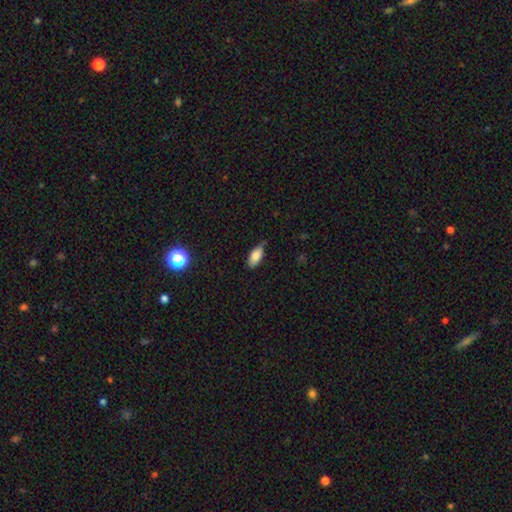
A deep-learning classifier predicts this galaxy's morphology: Smooth or featured?
  - smooth: 84% *
  - featured or disk: 8%
  - star or artifact: 8%
How rounded?
  - in between: 90% *
  - cigar-shaped: 8%
  - round: 3%
Merging?
  - none: 67% *
  - minor disturbance: 28%
  - major disturbance: 4%
  - merger: 2%